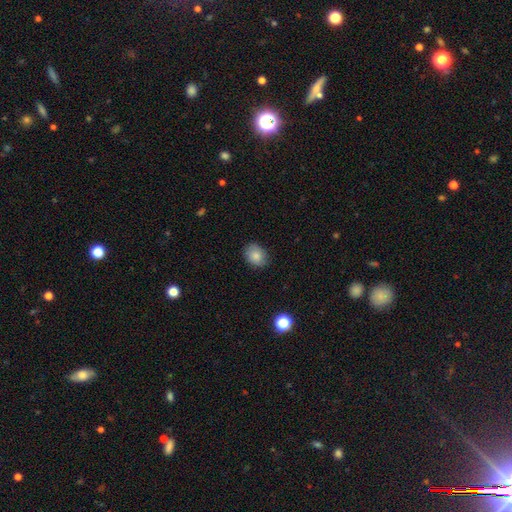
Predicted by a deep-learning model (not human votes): Smooth or featured: smooth — 83% (star or artifact — 9%)
How rounded: in between — 53% (round — 46%)
Merging: none — 81% (minor disturbance — 15%)